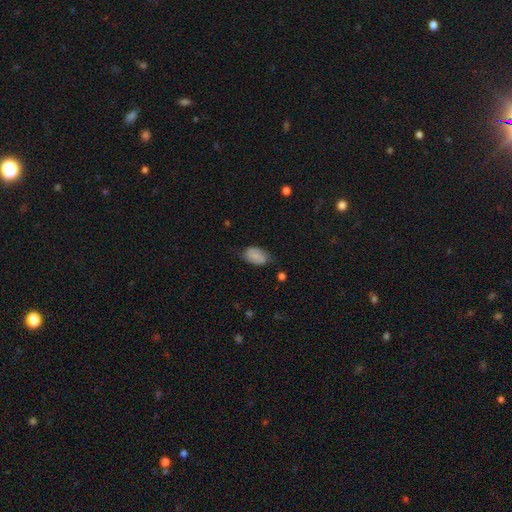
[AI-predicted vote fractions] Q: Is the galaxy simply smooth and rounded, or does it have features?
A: smooth — 72%.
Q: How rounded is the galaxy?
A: in between — 91%.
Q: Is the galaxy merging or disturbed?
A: none — 64%.